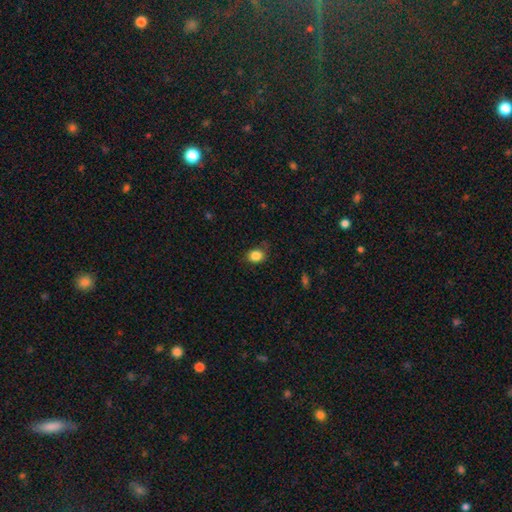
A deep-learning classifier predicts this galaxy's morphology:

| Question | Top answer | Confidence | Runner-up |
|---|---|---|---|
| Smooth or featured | smooth | 85% | star or artifact (11%) |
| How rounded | round | 55% | in between (44%) |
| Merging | none | 79% | minor disturbance (16%) |